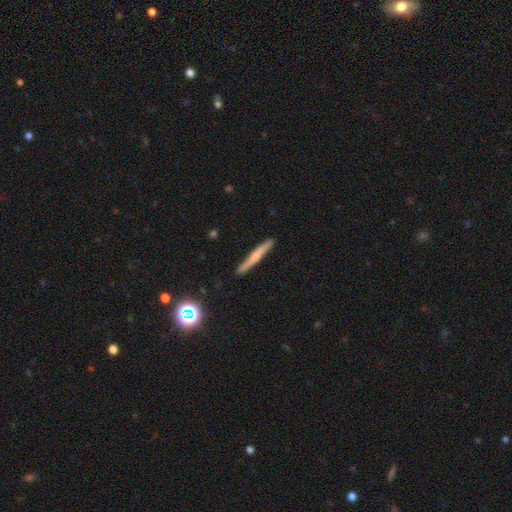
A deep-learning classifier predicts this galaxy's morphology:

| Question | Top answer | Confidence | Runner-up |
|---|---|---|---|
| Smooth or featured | smooth | 49% | featured or disk (44%) |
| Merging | none | 88% | minor disturbance (9%) |